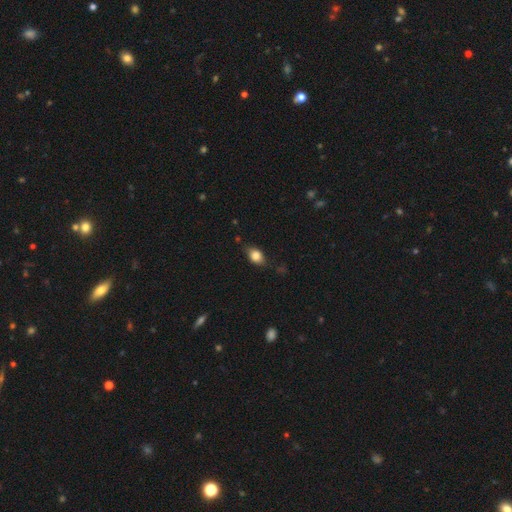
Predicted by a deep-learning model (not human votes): Smooth or featured: smooth — 82% (featured or disk — 10%)
How rounded: in between — 74% (round — 23%)
Merging: none — 72% (minor disturbance — 22%)